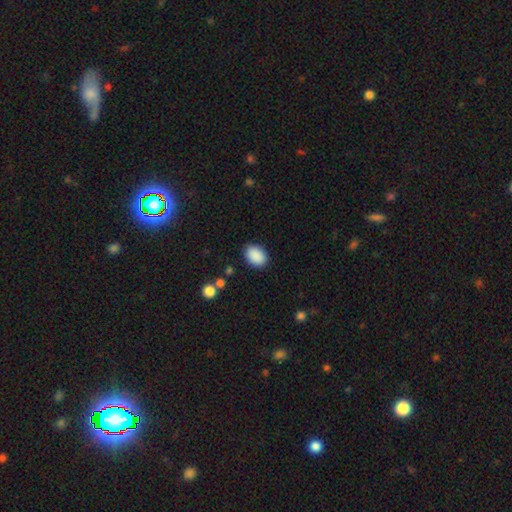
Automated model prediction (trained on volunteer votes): Overall: smooth (90%). How rounded: in between (79%). Merging: none (86%).